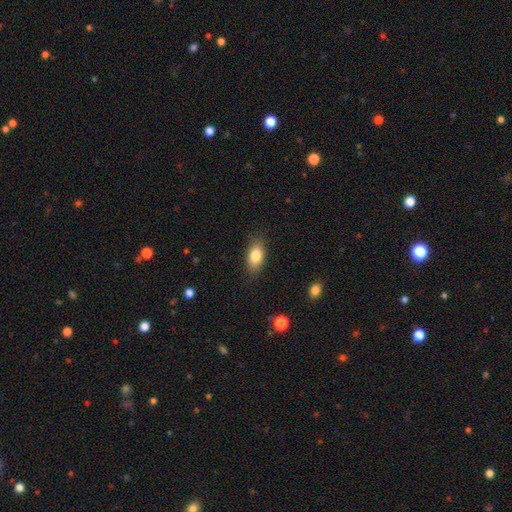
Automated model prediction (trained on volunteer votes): Smooth or featured: smooth — 82% (featured or disk — 10%)
How rounded: in between — 88% (round — 6%)
Merging: none — 85% (minor disturbance — 11%)